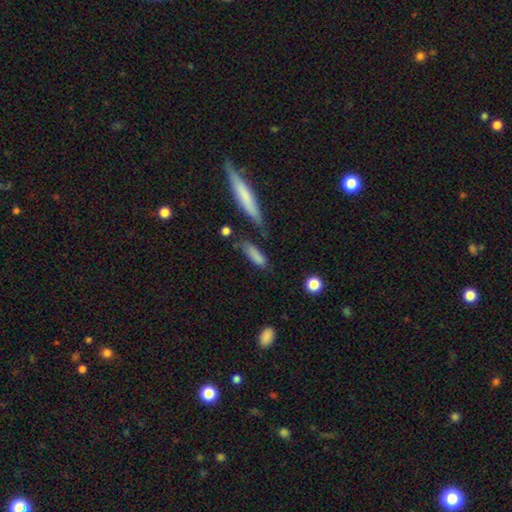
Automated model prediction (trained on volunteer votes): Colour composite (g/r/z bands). It shows a smooth galaxy with no disk features (81%) that is cigar-shaped (53%). Merging: none (55%).